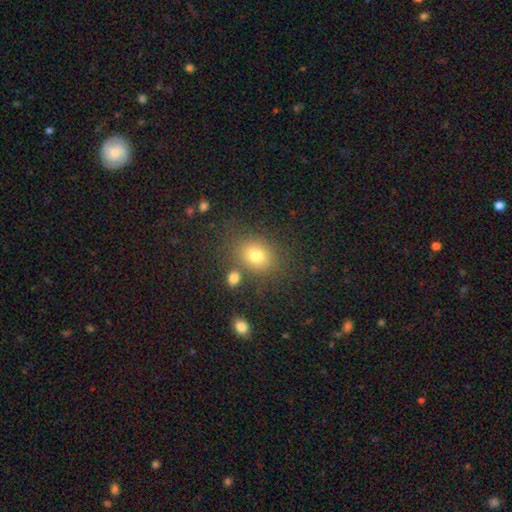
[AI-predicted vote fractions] The model was most divided on "how rounded": round: 53%, in between: 46%, cigar-shaped: 1%. More confident: smooth or featured — smooth (77%); merging — none (76%).